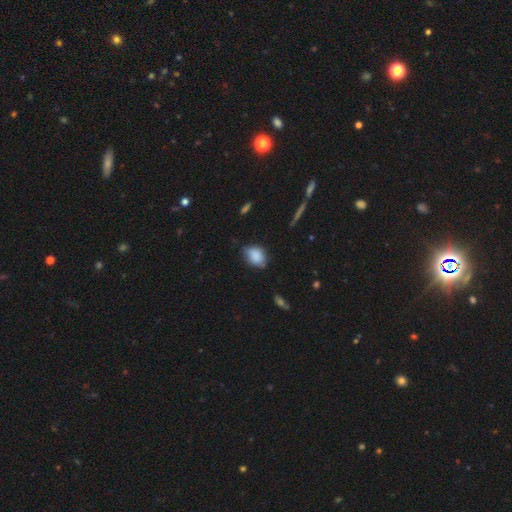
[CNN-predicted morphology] smooth 85%, star or artifact 8%, featured or disk 7%. Down the decision tree: how rounded — in between (74%); merging — none (65%).